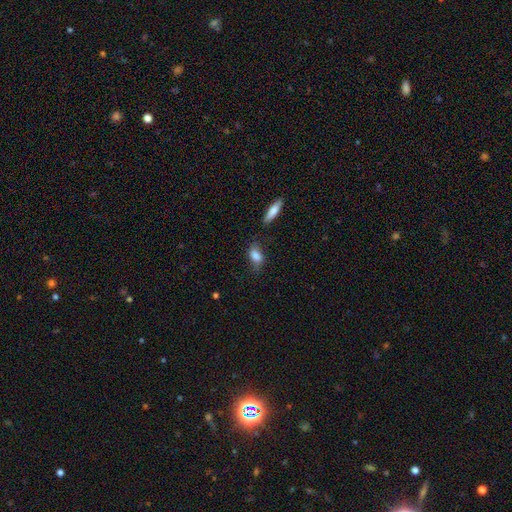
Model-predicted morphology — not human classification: This is likely a smooth galaxy (79%). How rounded: clearly in between (80%). Merging: likely none (63%).